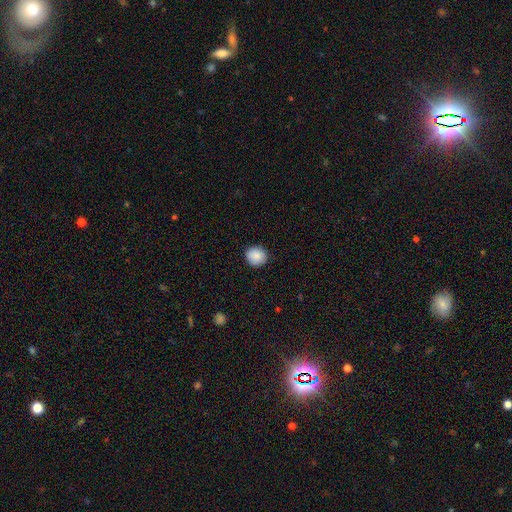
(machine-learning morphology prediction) This appears to be a smooth galaxy with no disk features (88%) that is round (87%). Merging: none (90%).